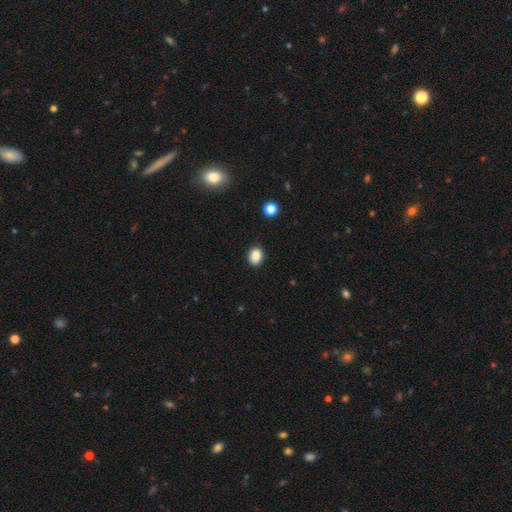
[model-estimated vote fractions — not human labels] A smooth galaxy with no disk features (87%) that is in between round and cigar-shaped (62%).

Vote fractions:
- Smooth or featured? smooth: 87% / star or artifact: 10% / featured or disk: 3%
- How rounded? in between: 62% / round: 37% / cigar-shaped: 1%
- Merging? none: 88% / minor disturbance: 9% / major disturbance: 2% / merger: 1%